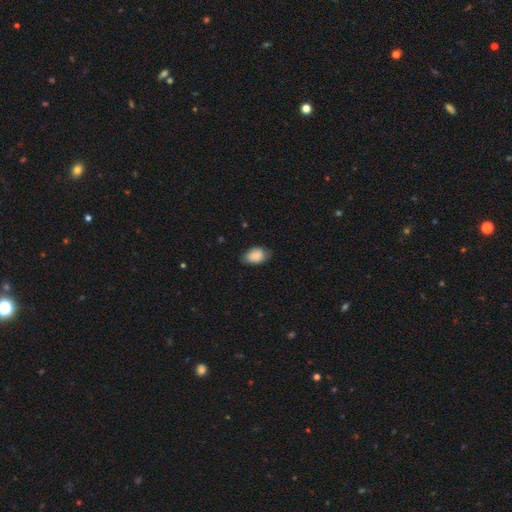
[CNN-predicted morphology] Smooth or featured?
  - smooth: 86% *
  - featured or disk: 8%
  - star or artifact: 7%
How rounded?
  - in between: 86% *
  - round: 13%
  - cigar-shaped: 1%
Merging?
  - none: 69% *
  - minor disturbance: 26%
  - major disturbance: 4%
  - merger: 1%